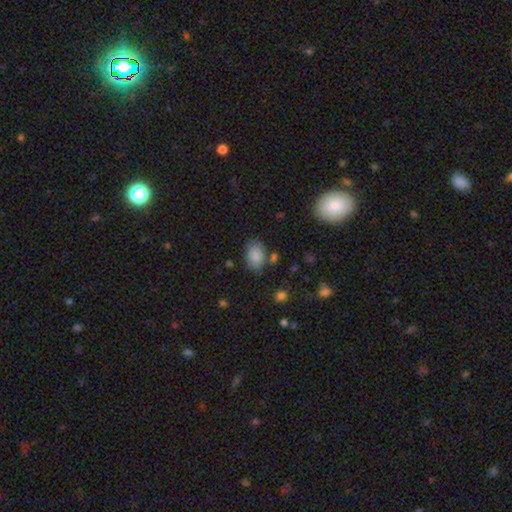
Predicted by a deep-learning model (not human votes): This appears to be a smooth galaxy with no disk features (85%) that is in between round and cigar-shaped (84%). Merging: none (75%).